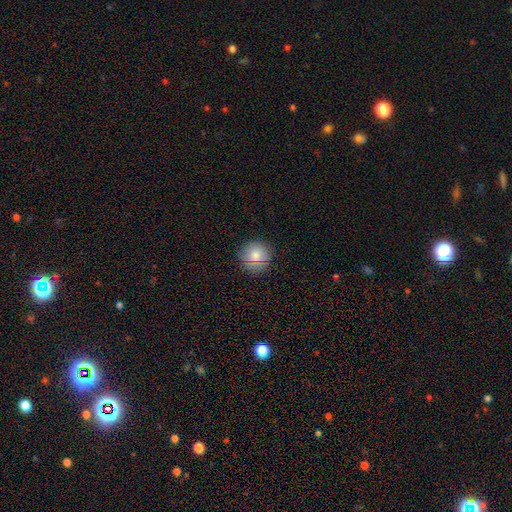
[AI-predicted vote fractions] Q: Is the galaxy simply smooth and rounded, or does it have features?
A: smooth — 78%.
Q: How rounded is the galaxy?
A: round — 92%.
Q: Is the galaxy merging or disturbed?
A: none — 80%.